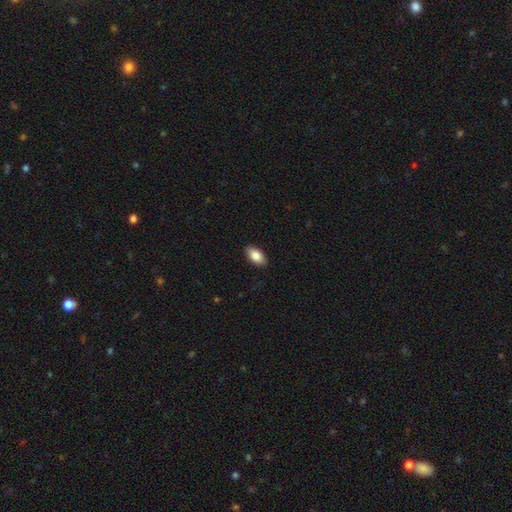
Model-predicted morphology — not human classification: Smooth or featured?
  - smooth: 86% *
  - featured or disk: 8%
  - star or artifact: 7%
How rounded?
  - in between: 94% *
  - round: 4%
  - cigar-shaped: 3%
Merging?
  - none: 90% *
  - minor disturbance: 8%
  - major disturbance: 2%
  - merger: 1%